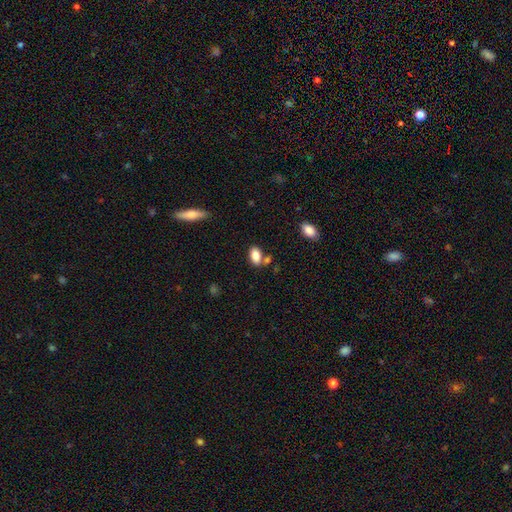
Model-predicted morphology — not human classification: Smooth or featured: smooth — 85% (star or artifact — 8%)
How rounded: in between — 90% (round — 7%)
Merging: none — 67% (merger — 17%)